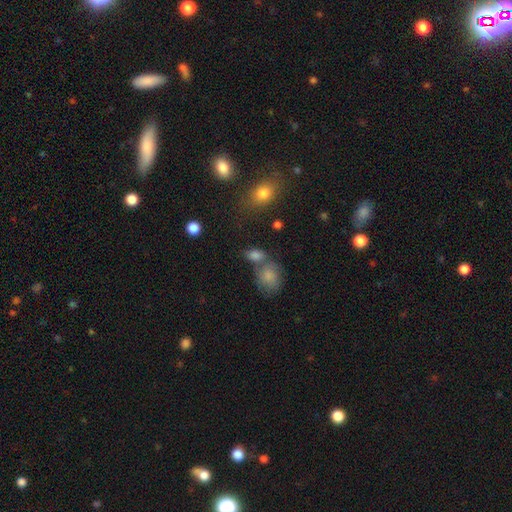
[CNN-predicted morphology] A smooth galaxy with no disk features (79%) that is in between round and cigar-shaped (71%). Merging: none (49%).